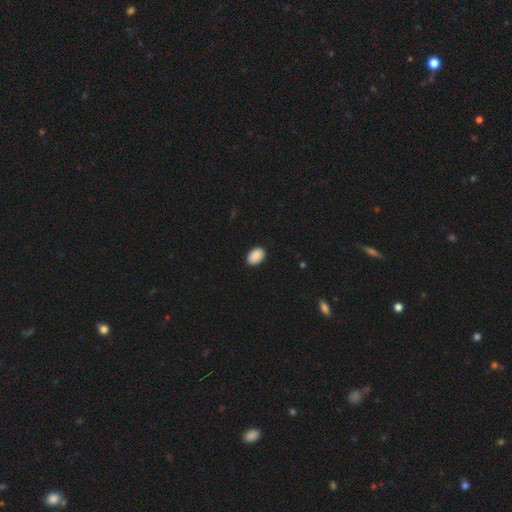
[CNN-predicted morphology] The model was most divided on "how rounded": in between: 88%, round: 11%, cigar-shaped: 1%. More confident: smooth or featured — smooth (91%); merging — none (89%).